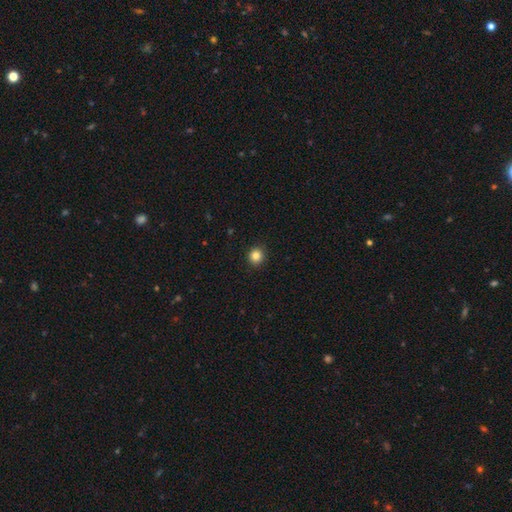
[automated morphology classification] smooth_or_featured: smooth (p=0.84) [alt: star or artifact p=0.11]
how_rounded: round (p=0.92) [alt: in between p=0.07]
merging: none (p=0.93) [alt: minor disturbance p=0.04]